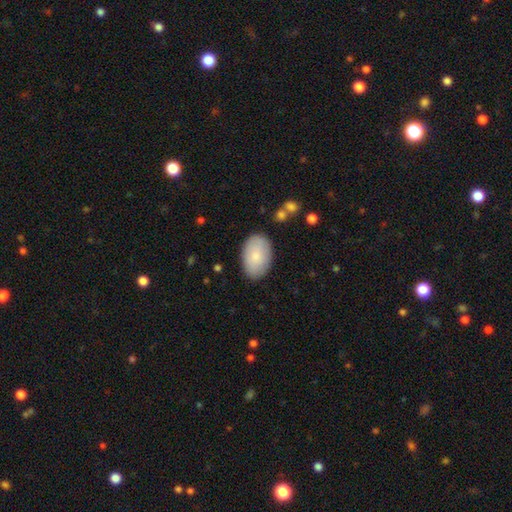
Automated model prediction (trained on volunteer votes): Overall: smooth (82%). How rounded: in between (92%). Merging: none (86%).